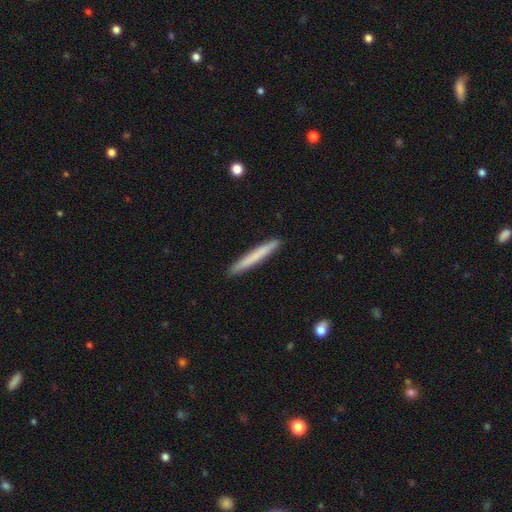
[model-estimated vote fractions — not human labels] Overall: smooth (69%). How rounded: cigar-shaped (97%). Merging: none (92%).